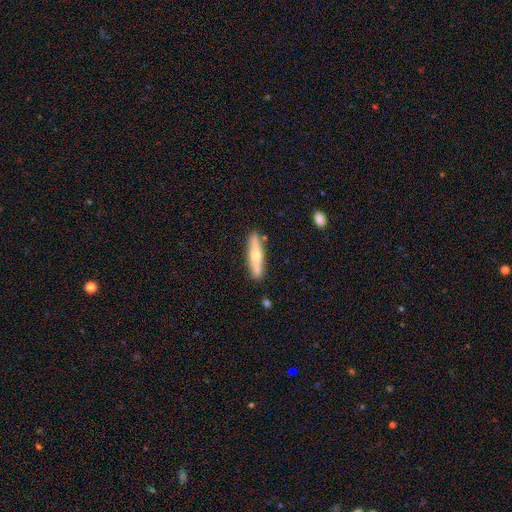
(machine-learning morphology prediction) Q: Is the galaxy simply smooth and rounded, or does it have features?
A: featured or disk — 48%.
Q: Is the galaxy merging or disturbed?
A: none — 86%.